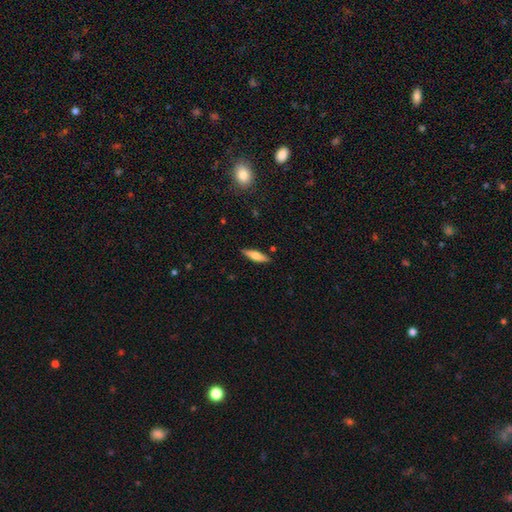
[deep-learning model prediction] Overall: smooth (58%; featured or disk 35%). How rounded: cigar-shaped (63%; in between 35%). Merging: none (87%).